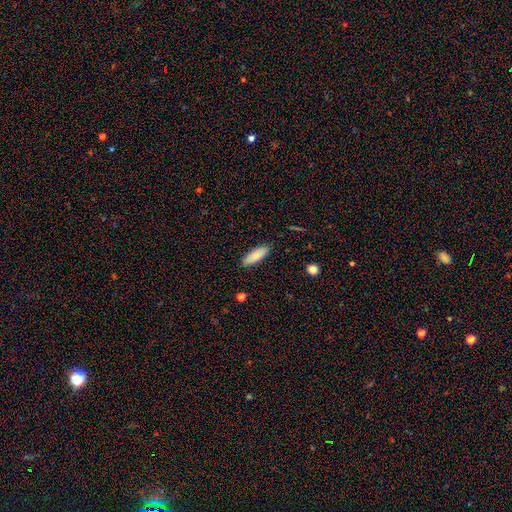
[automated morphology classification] Smooth or featured: smooth — 87% (featured or disk — 7%)
How rounded: in between — 57% (cigar-shaped — 41%)
Merging: none — 88% (minor disturbance — 9%)